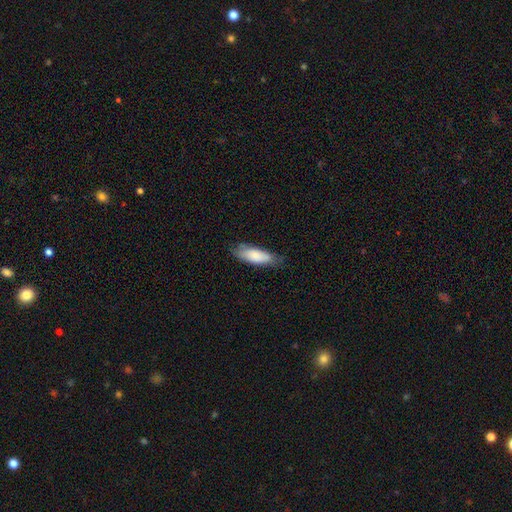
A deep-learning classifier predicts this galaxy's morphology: Smooth or featured? Predicted: smooth (p=0.79). How rounded? Predicted: in between (p=0.63). Merging? Predicted: none (p=0.68).